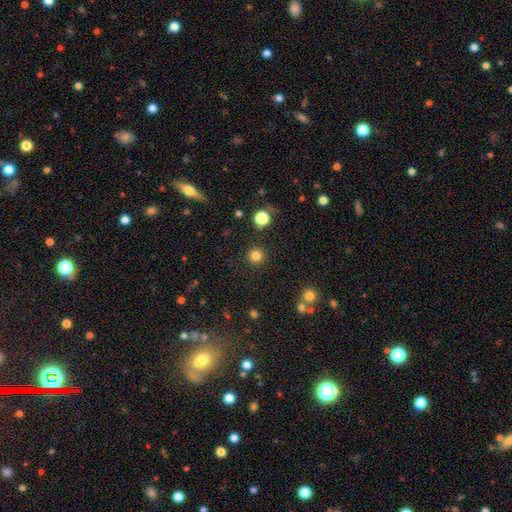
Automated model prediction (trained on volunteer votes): Morphology: type=smooth (82%); roundness=round (96%); merging=none (91%).